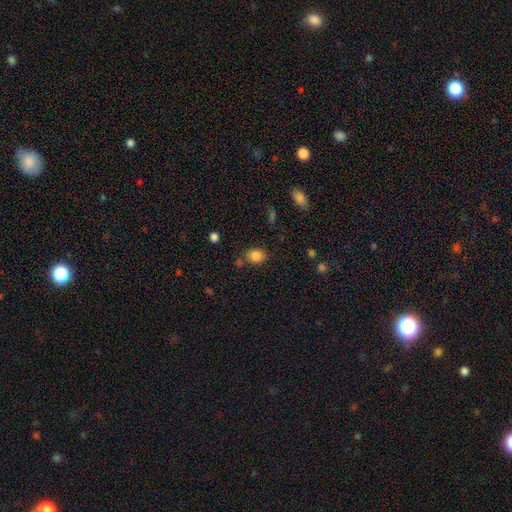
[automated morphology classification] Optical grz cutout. It shows a smooth galaxy with no disk features (84%) that is in between round and cigar-shaped (56%). Merging: none (75%).